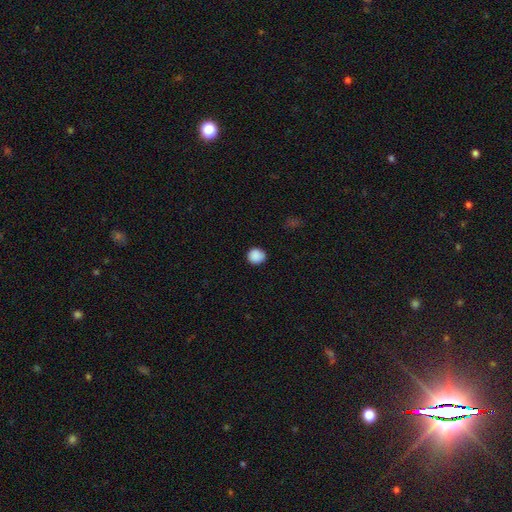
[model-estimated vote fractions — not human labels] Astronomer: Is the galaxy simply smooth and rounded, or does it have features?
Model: smooth — 89%.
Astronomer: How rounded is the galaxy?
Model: round — 88%.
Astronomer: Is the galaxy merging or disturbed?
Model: none — 87%.